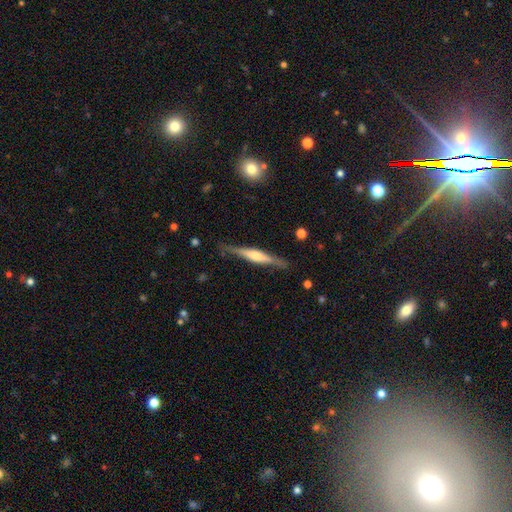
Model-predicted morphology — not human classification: Smooth or featured?
  - featured or disk: 68% *
  - smooth: 26%
  - star or artifact: 6%
Edge-on disk?
  - yes: 97% *
  - no: 3%
Edge-on bulge?
  - rounded: 68% *
  - boxy: 24%
  - none: 8%
Merging?
  - none: 84% *
  - minor disturbance: 12%
  - major disturbance: 3%
  - merger: 2%